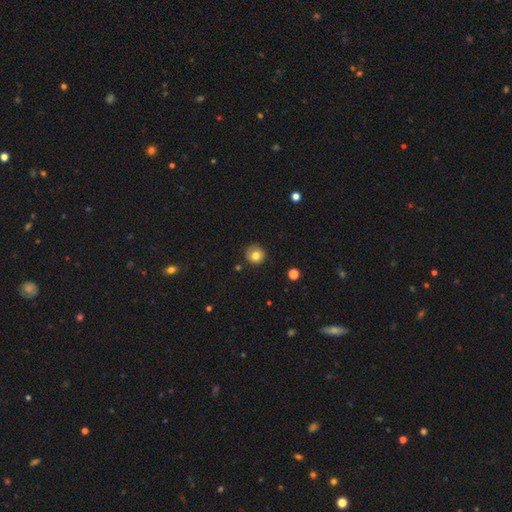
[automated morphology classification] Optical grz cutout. It shows a smooth galaxy with no disk features (79%) that is round (93%). Merging: none (85%).